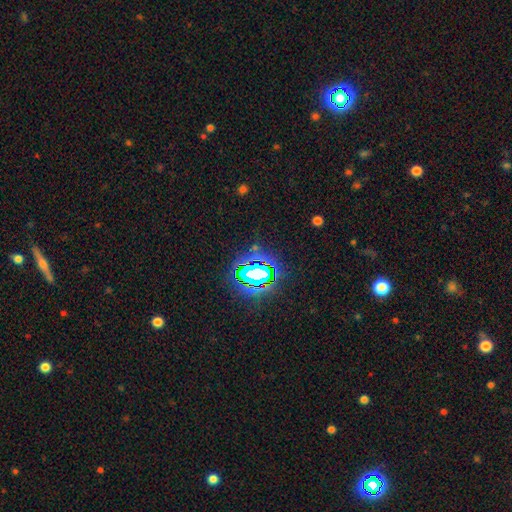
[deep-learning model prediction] Smooth or featured? Predicted: star or artifact (p=0.80).